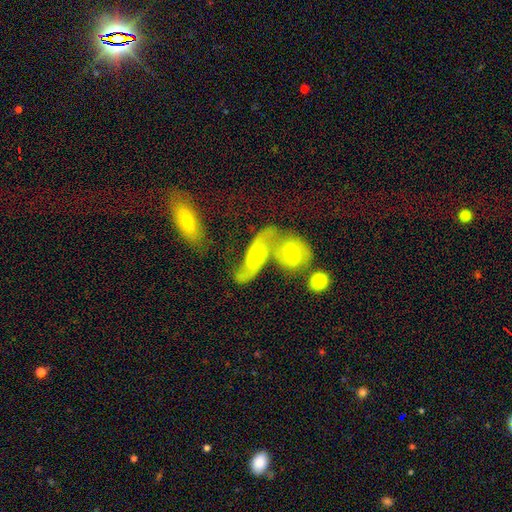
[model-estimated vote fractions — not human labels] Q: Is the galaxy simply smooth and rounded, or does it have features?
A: featured or disk — 71%.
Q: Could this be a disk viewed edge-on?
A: no — 92%.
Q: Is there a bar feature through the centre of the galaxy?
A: no — 63%.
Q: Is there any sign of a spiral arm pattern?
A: yes — 90%.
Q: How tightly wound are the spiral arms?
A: loose — 46%.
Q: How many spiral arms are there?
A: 2 — 85%.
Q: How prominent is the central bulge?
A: small — 52%.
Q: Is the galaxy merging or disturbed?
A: merger — 53%.